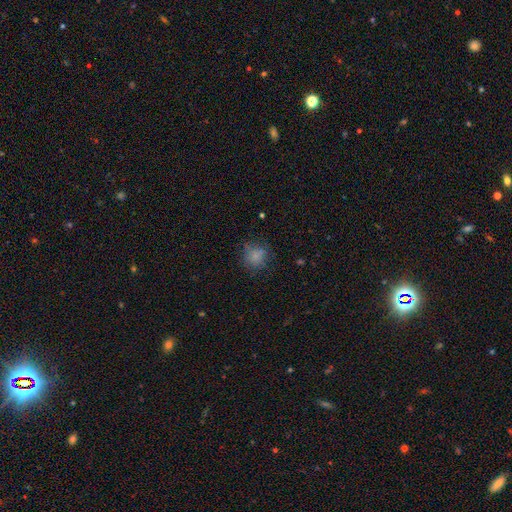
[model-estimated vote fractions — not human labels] Q: Smooth or featured?
A: smooth (75%); runner-up: star or artifact (14%)
Q: How rounded?
A: round (82%); runner-up: in between (17%)
Q: Merging?
A: none (68%); runner-up: minor disturbance (20%)